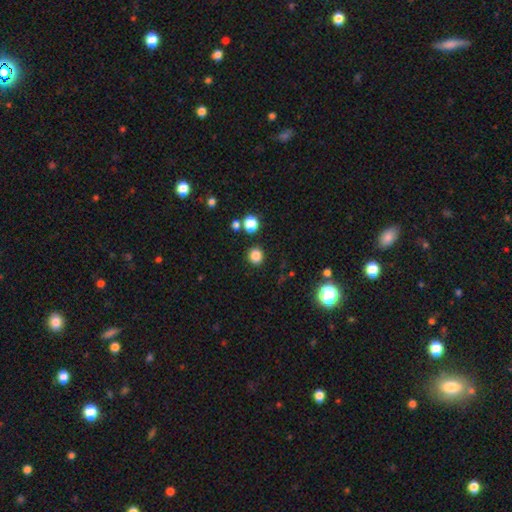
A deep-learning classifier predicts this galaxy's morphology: Smooth or featured? smooth (83%)
How rounded? round (88%)
Merging? none (88%)